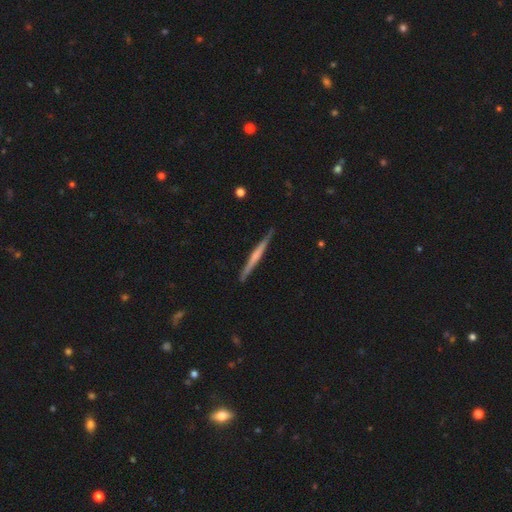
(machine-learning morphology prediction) featured or disk 61%, smooth 34%, star or artifact 5%. Down the decision tree: edge-on disk — yes (98%); edge-on bulge — none (55%); merging — none (89%).